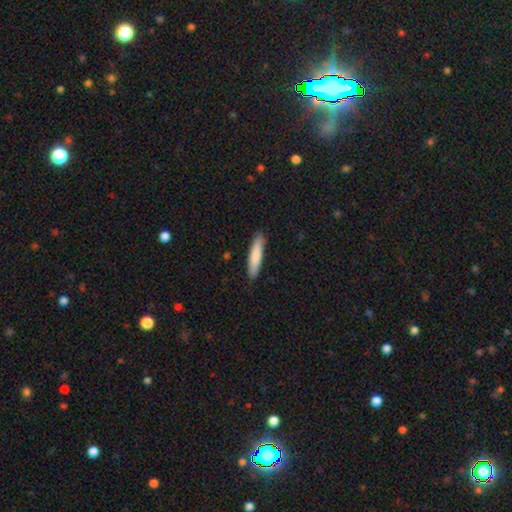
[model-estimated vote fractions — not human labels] Overall: smooth (82%). How rounded: cigar-shaped (85%). Merging: none (88%).